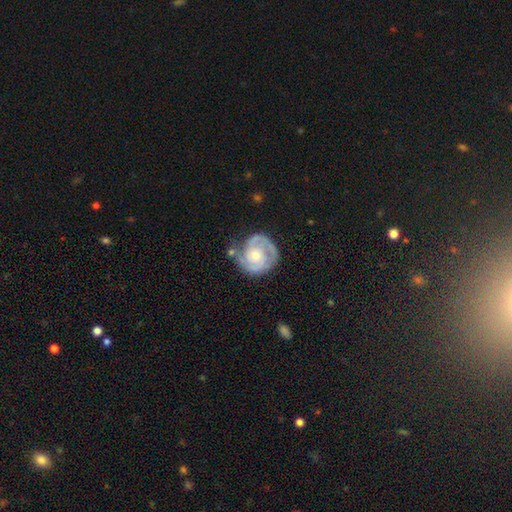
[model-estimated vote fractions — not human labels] This is clearly a featured or disk galaxy (83%). It is clearly not viewed edge-on (98%). Bar: likely no (71%). Spiral arm pattern: clearly yes (95%). Spiral arm count: likely 2 (66%). Spiral winding: possibly tight (58%). Central bulge: possibly moderate (47%, tied with small). Merging: likely none (66%).